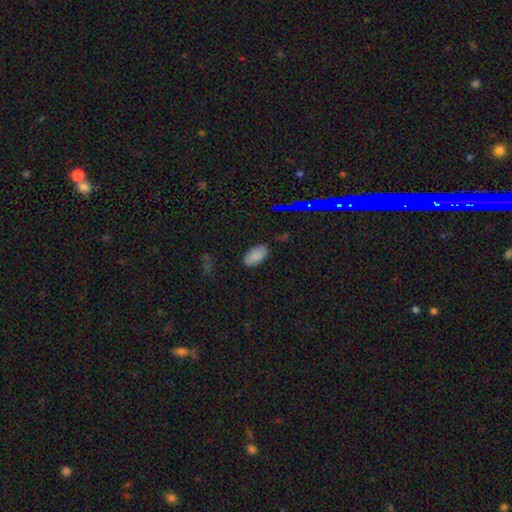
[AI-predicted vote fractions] smooth 85%, star or artifact 10%, featured or disk 5%. Down the decision tree: how rounded — in between (95%); merging — none (83%).